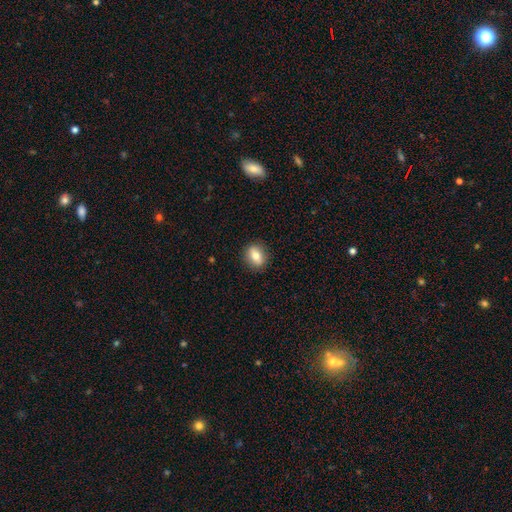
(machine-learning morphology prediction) smooth_or_featured: smooth (p=0.72) [alt: featured or disk p=0.20]
how_rounded: in between (p=0.52) [alt: round p=0.44]
merging: none (p=0.87) [alt: minor disturbance p=0.09]